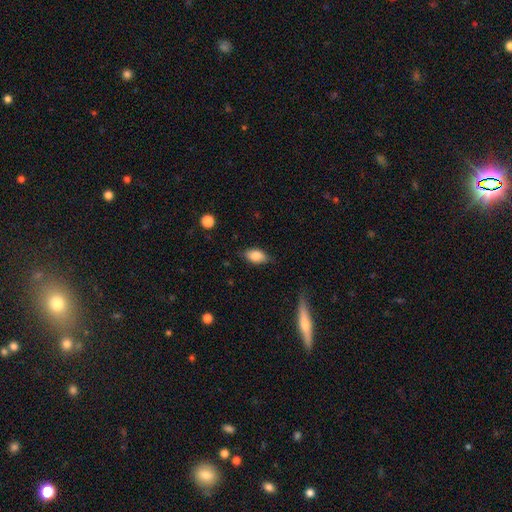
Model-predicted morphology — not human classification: This appears to be a smooth galaxy with no disk features (83%) that is in between round and cigar-shaped (90%). Merging: none (78%).